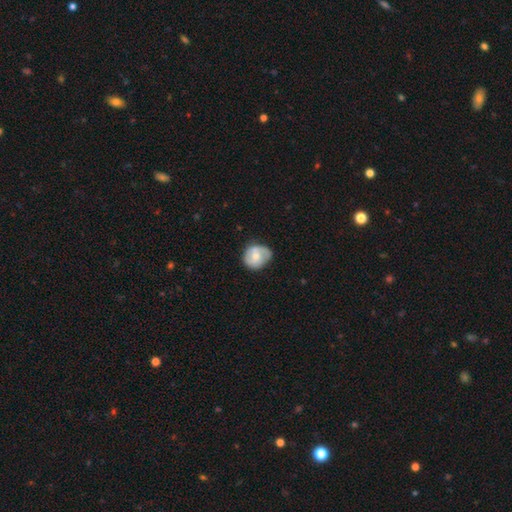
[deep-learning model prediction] Overall: smooth (49%; featured or disk 44%). Merging: none (59%; minor disturbance 30%).